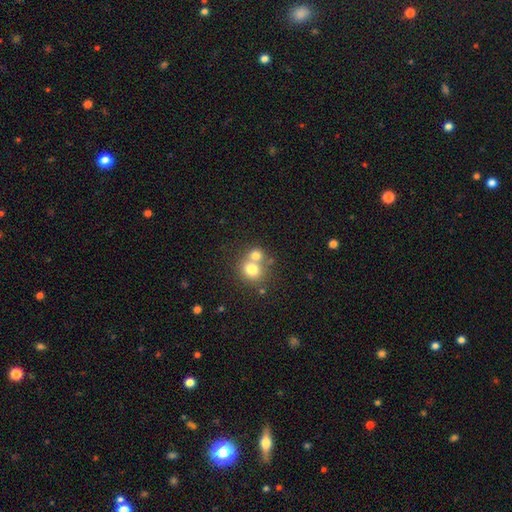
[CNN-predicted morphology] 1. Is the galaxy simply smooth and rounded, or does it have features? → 74% smooth, 14% featured or disk, 12% star or artifact.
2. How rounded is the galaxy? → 77% round, 22% in between, 1% cigar-shaped.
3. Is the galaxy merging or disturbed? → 53% merger, 38% none, 6% minor disturbance, 3% major disturbance.